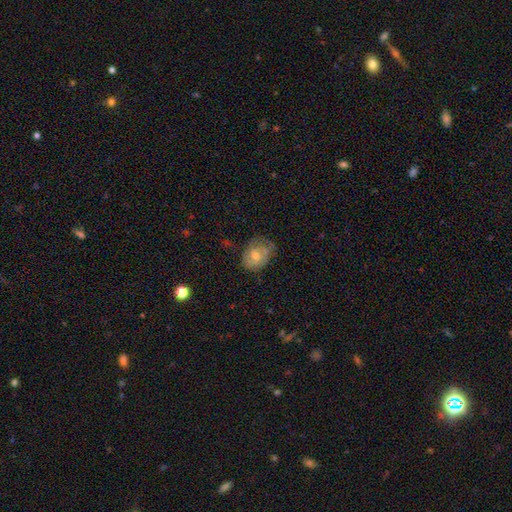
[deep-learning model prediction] This appears to be a featured or disk galaxy (52%). Merging: none (63%).